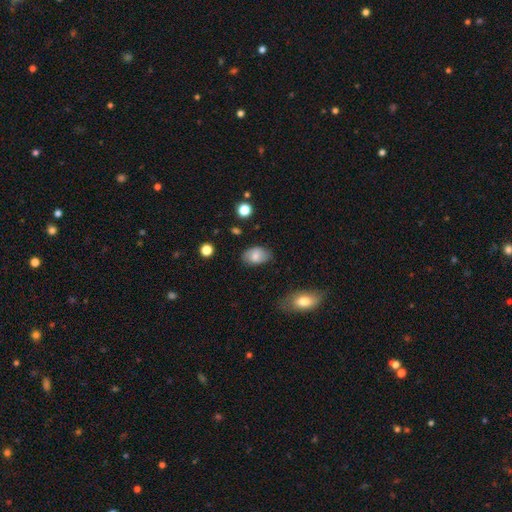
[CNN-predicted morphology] Smooth or featured? Predicted: smooth (p=0.73). How rounded? Predicted: in between (p=0.85). Merging? Predicted: none (p=0.76).